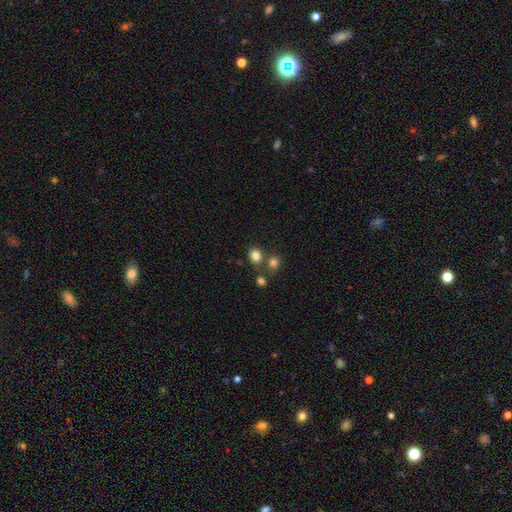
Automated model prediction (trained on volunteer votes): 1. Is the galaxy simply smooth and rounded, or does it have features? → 81% smooth, 13% star or artifact, 6% featured or disk.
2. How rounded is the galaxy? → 74% round, 25% in between, 1% cigar-shaped.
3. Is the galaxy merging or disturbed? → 67% none, 21% merger, 9% minor disturbance, 3% major disturbance.